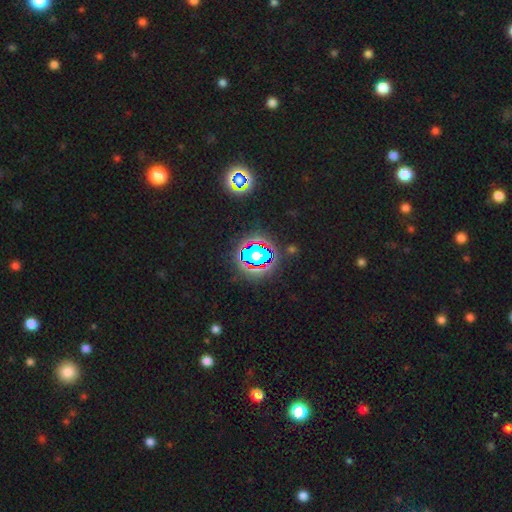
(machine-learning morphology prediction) smooth_or_featured: star or artifact (p=0.60) [alt: smooth p=0.24]